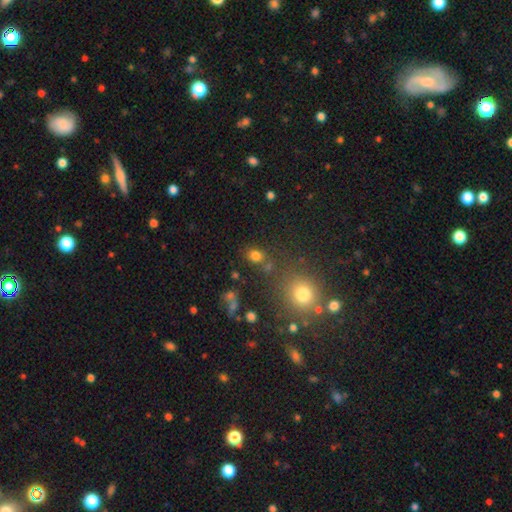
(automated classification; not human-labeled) A smooth galaxy with no disk features (76%) that is round (61%).

Vote fractions:
- Smooth or featured? smooth: 76% / star or artifact: 17% / featured or disk: 6%
- How rounded? round: 61% / in between: 38% / cigar-shaped: 1%
- Merging? none: 73% / merger: 12% / minor disturbance: 11% / major disturbance: 5%